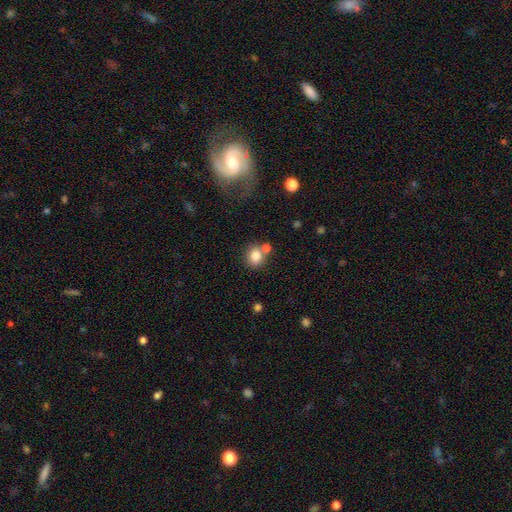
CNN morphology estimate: smooth 80%, star or artifact 11%, featured or disk 9%. Down the decision tree: how rounded — round (82%); merging — none (64%).